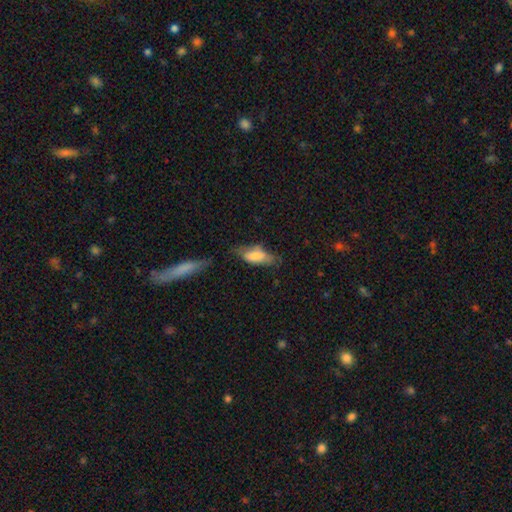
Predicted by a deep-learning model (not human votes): Q: Smooth or featured?
A: smooth (72%); runner-up: featured or disk (21%)
Q: How rounded?
A: in between (79%); runner-up: cigar-shaped (18%)
Q: Merging?
A: none (41%); runner-up: minor disturbance (33%)